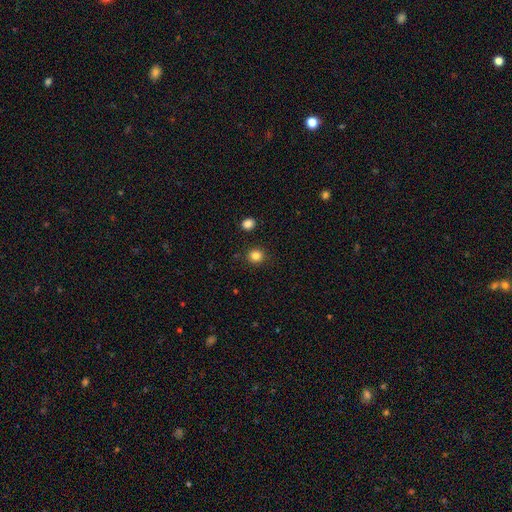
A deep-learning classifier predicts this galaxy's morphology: Smooth or featured? Predicted: smooth (p=0.84). How rounded? Predicted: round (p=0.90). Merging? Predicted: none (p=0.89).